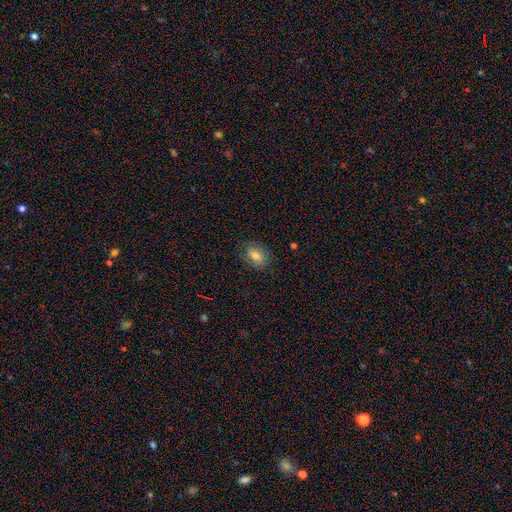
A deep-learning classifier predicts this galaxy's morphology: smooth-or-featured: smooth: 67% | featured or disk: 22% | star or artifact: 12%
  how-rounded: in between: 77% | round: 20% | cigar-shaped: 3%
  merging: none: 79% | minor disturbance: 16% | major disturbance: 5% | merger: 1%